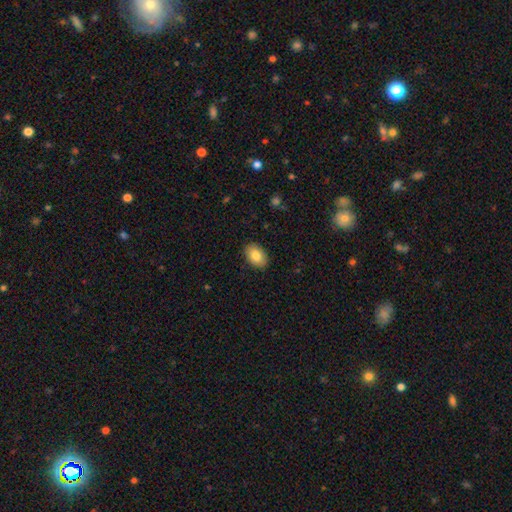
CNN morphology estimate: Q: Smooth or featured?
A: smooth (85%); runner-up: featured or disk (8%)
Q: How rounded?
A: in between (87%); runner-up: round (12%)
Q: Merging?
A: none (89%); runner-up: minor disturbance (8%)